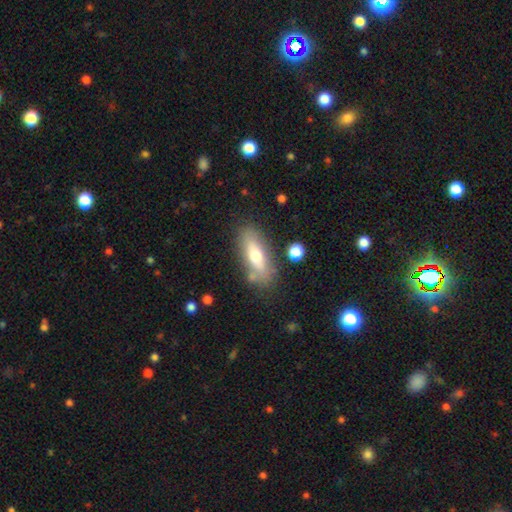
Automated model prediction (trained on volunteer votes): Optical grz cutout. It shows a smooth galaxy with no disk features (60%) that is in between round and cigar-shaped (64%). Merging: none (77%).